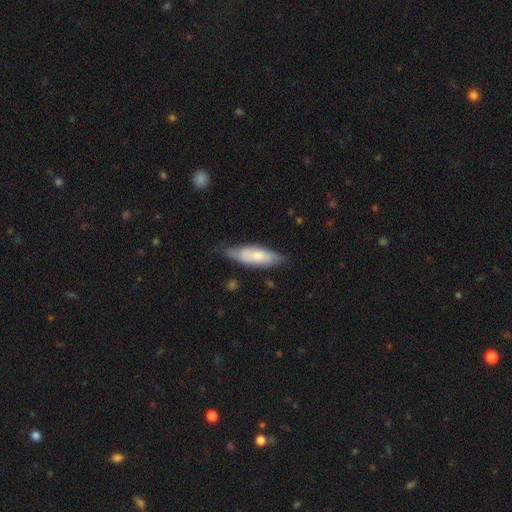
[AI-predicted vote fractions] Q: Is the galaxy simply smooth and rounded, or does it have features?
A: smooth — 69%.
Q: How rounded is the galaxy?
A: in between — 59%.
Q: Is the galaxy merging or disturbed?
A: none — 63%.